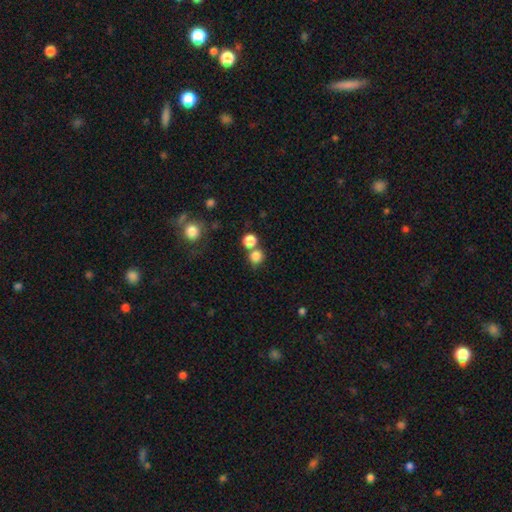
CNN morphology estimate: Smooth or featured: smooth — 82% (star or artifact — 12%)
How rounded: round — 88% (in between — 11%)
Merging: none — 60% (merger — 28%)